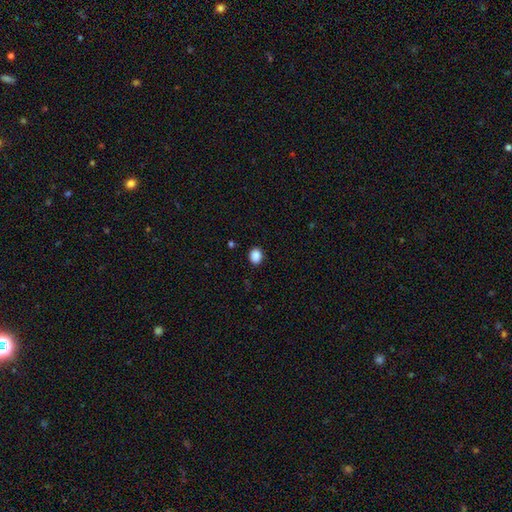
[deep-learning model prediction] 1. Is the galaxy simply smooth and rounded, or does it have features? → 88% smooth, 9% star or artifact, 3% featured or disk.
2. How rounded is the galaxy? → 52% round, 47% in between, 1% cigar-shaped.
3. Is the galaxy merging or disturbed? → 88% none, 8% minor disturbance, 2% major disturbance, 1% merger.